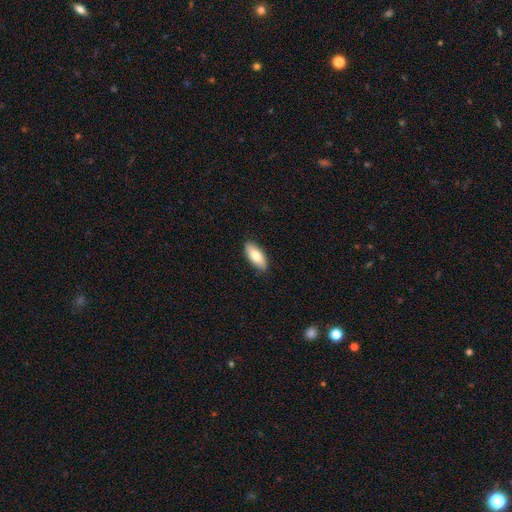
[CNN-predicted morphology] Overall: smooth (81%). How rounded: in between (83%). Merging: none (88%).